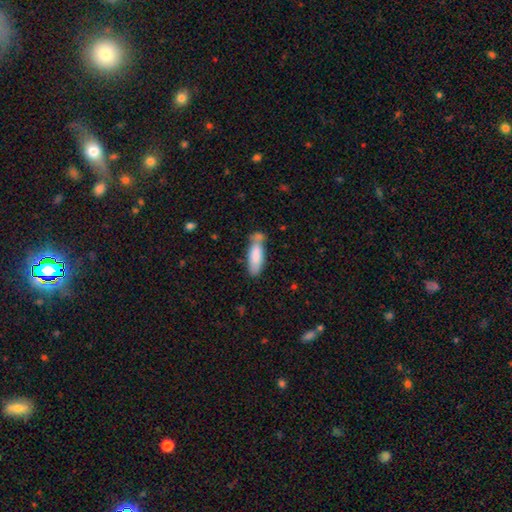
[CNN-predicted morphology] Overall: smooth (83%). How rounded: in between (61%; cigar-shaped 37%). Merging: none (49%; merger 23%).